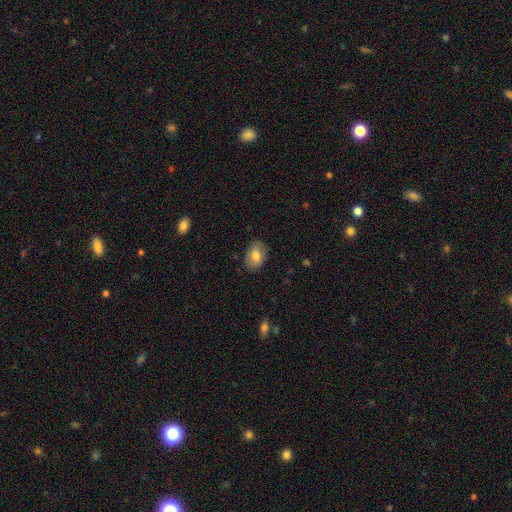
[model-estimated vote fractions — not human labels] Smooth or featured?
  - smooth: 75% *
  - featured or disk: 18%
  - star or artifact: 7%
How rounded?
  - in between: 85% *
  - round: 14%
  - cigar-shaped: 1%
Merging?
  - none: 84% *
  - minor disturbance: 12%
  - major disturbance: 3%
  - merger: 1%